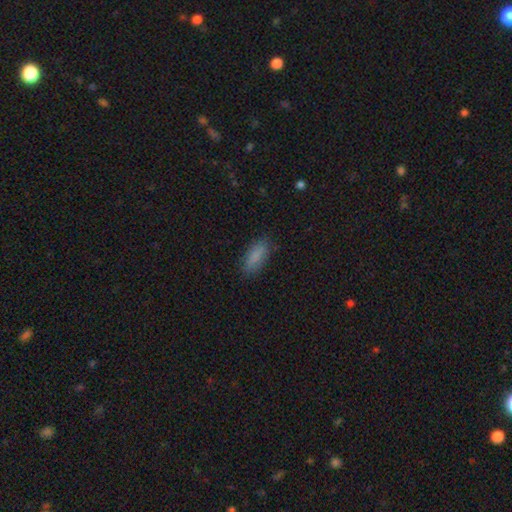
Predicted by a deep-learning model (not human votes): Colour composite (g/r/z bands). It shows a smooth galaxy with no disk features (85%) that is in between round and cigar-shaped (71%). Merging: none (82%).